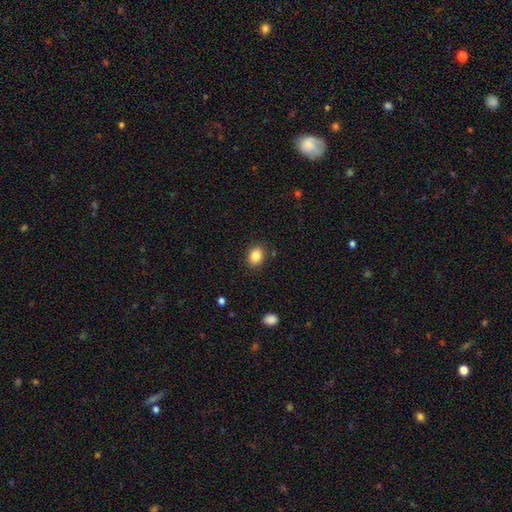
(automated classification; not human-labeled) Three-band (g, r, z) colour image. It shows a smooth galaxy with no disk features (86%) that is in between round and cigar-shaped (60%). Merging: none (86%).